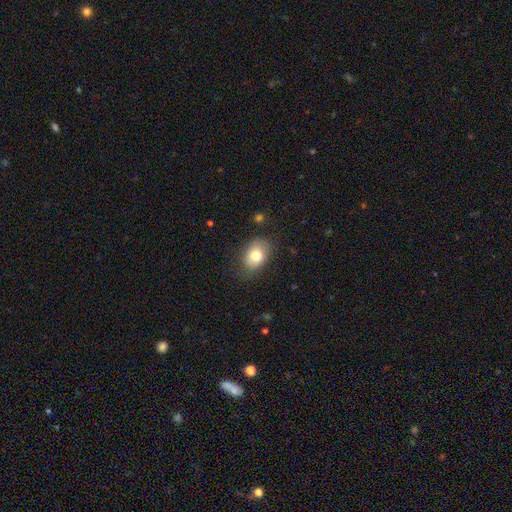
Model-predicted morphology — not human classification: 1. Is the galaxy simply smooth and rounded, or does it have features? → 78% smooth, 14% featured or disk, 8% star or artifact.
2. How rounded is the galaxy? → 76% in between, 22% round, 1% cigar-shaped.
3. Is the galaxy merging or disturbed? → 73% none, 20% minor disturbance, 5% major disturbance, 1% merger.